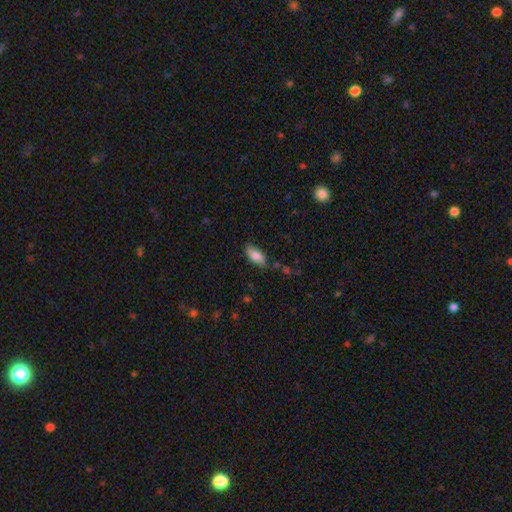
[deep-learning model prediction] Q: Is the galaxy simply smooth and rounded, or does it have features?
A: smooth — 77%.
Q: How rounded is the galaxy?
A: in between — 85%.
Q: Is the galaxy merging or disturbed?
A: none — 77%.